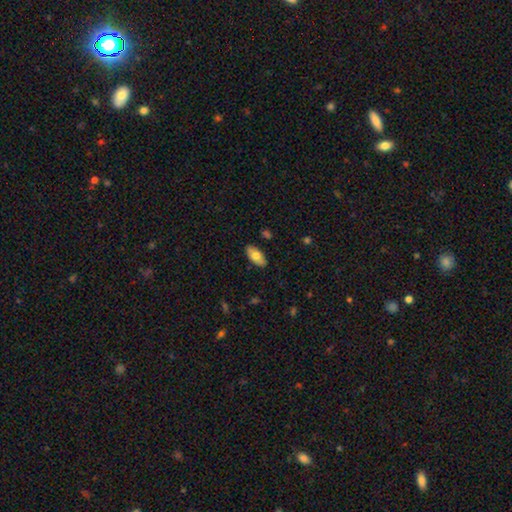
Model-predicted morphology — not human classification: smooth_or_featured: smooth (p=0.73) [alt: featured or disk p=0.21]
how_rounded: in between (p=0.90) [alt: cigar-shaped p=0.08]
merging: none (p=0.87) [alt: minor disturbance p=0.09]